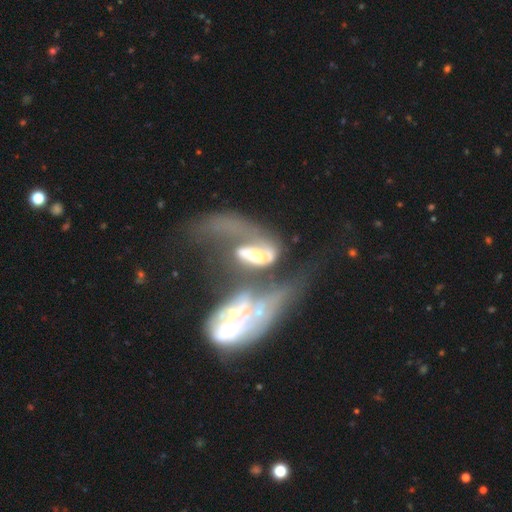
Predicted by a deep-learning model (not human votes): A featured or disk galaxy (73%) with no bar (54%), spiral arms (62%) and a moderate central bulge (51%). Merging: merger (66%).